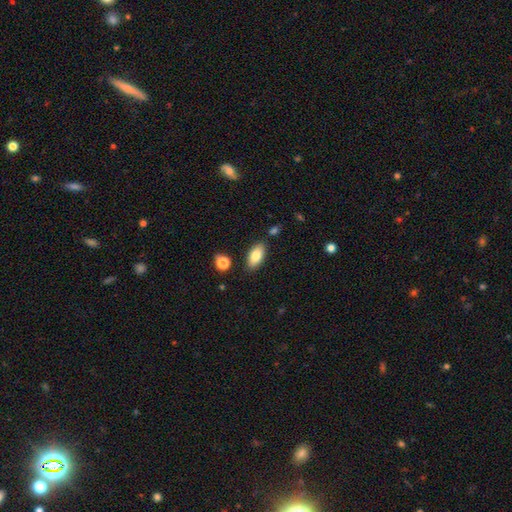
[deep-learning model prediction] smooth 83%, featured or disk 10%, star or artifact 7%. Down the decision tree: how rounded — in between (90%); merging — none (84%).